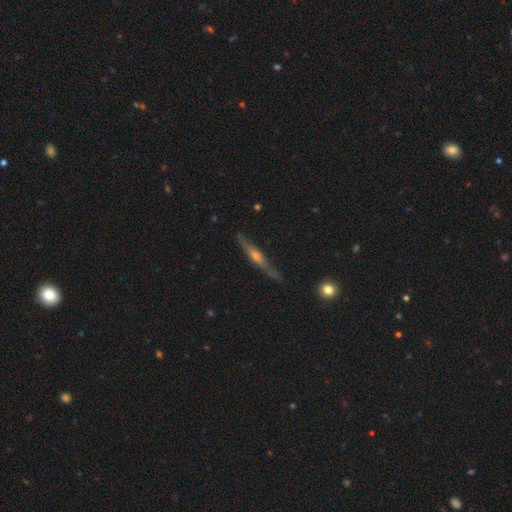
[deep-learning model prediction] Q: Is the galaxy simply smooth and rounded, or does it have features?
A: featured or disk — 75%.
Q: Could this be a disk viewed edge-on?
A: yes — 95%.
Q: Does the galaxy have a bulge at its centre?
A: rounded — 74%.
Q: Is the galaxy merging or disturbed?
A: none — 81%.